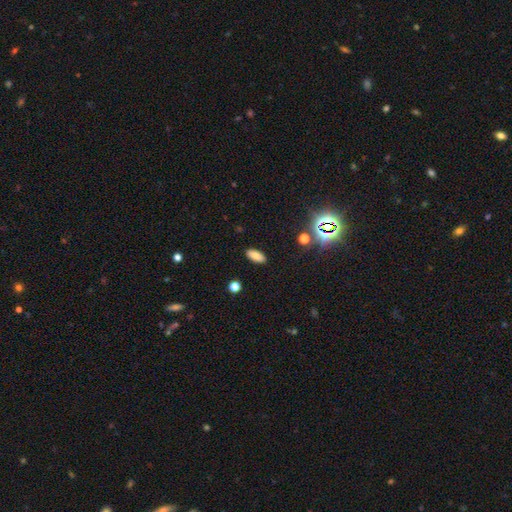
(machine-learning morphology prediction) smooth 78%, star or artifact 13%, featured or disk 9%. Down the decision tree: how rounded — in between (86%); merging — none (89%).